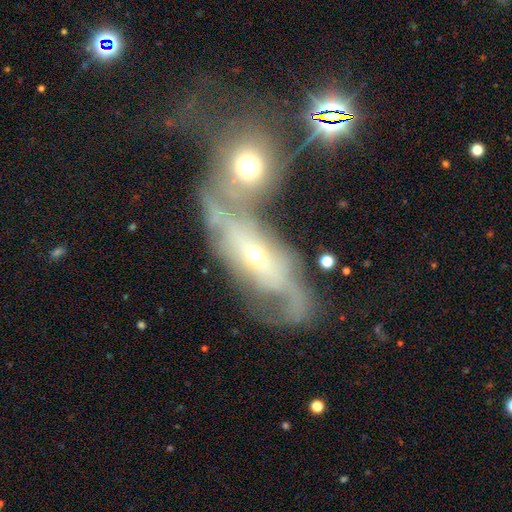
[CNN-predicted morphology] featured or disk 69%, smooth 20%, star or artifact 11%. Down the decision tree: edge-on disk — no (86%); bar — no (66%); spiral arms — yes (77%); bulge size — small (57%); merging — merger (47%).